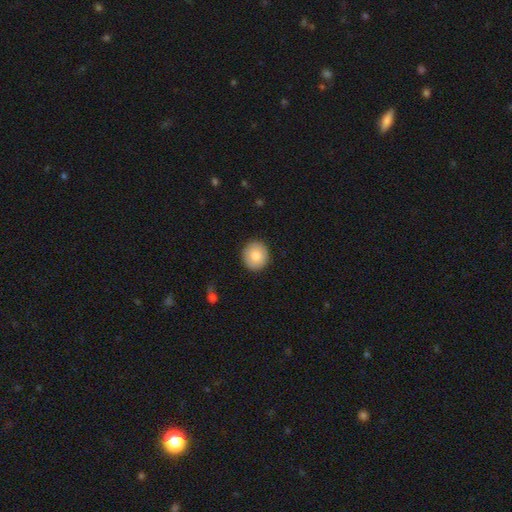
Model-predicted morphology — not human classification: A smooth galaxy with no disk features (81%) that is round (90%). Merging: none (90%).